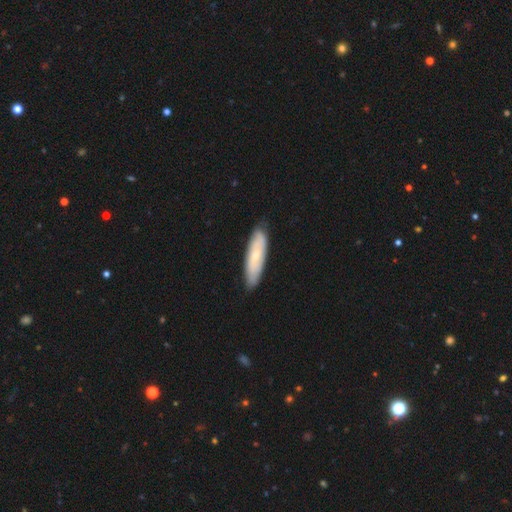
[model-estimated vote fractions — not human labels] Smooth or featured? Predicted: smooth (p=0.52). How rounded? Predicted: cigar-shaped (p=0.57). Merging? Predicted: none (p=0.84).